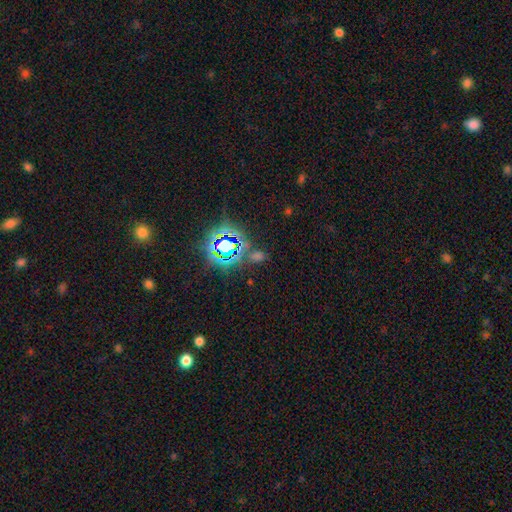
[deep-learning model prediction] smooth-or-featured: star or artifact: 68% | smooth: 25% | featured or disk: 8%